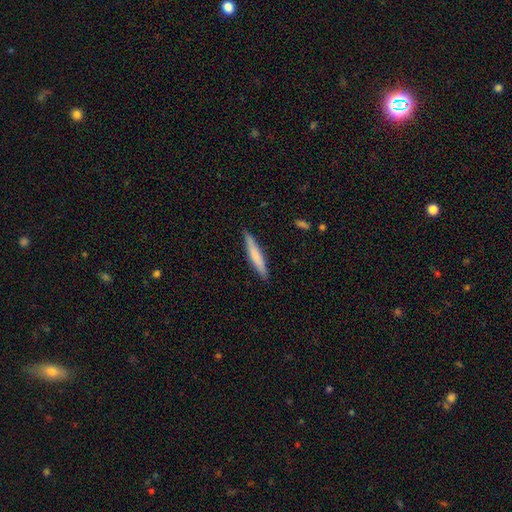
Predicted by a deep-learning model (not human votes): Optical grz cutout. It shows a smooth galaxy with no disk features (69%) that is cigar-shaped (93%). Merging: none (90%).